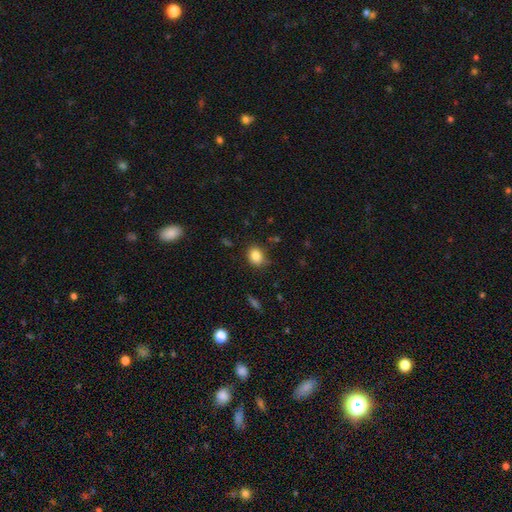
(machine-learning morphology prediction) Smooth or featured?
  - smooth: 84% *
  - star or artifact: 10%
  - featured or disk: 6%
How rounded?
  - in between: 51% *
  - round: 48%
  - cigar-shaped: 1%
Merging?
  - none: 81% *
  - minor disturbance: 14%
  - major disturbance: 3%
  - merger: 2%